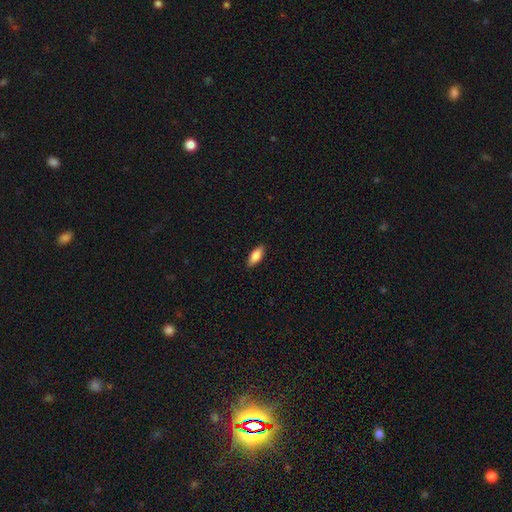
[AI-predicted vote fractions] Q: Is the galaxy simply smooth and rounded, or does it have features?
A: smooth — 85%.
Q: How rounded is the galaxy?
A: in between — 82%.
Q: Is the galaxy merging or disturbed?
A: none — 89%.